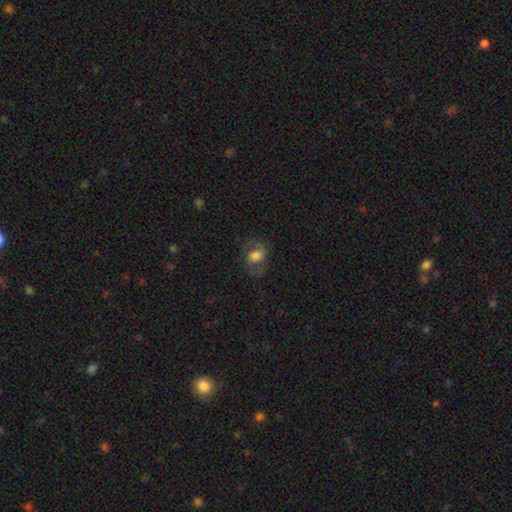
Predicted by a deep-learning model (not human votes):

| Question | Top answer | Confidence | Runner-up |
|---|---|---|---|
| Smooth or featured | smooth | 55% | featured or disk (34%) |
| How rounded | round | 50% | in between (49%) |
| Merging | none | 66% | minor disturbance (19%) |